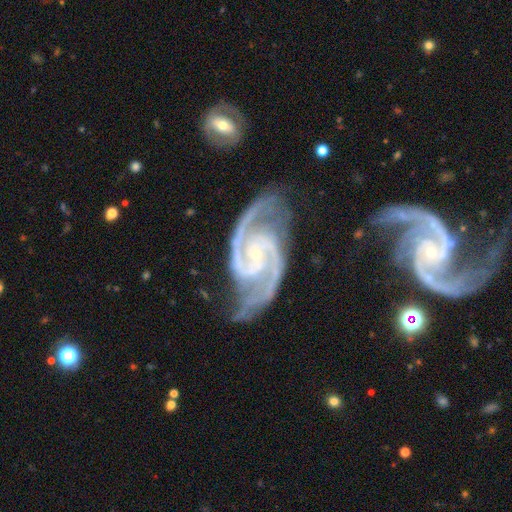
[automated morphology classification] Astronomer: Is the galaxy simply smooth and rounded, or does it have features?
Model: featured or disk — 95%.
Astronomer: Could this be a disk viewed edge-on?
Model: no — 98%.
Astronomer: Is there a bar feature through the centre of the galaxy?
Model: no — 52% (runner-up: weak, 32%).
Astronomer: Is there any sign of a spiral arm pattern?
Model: yes — 99%.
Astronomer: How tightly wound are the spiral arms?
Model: medium — 58%.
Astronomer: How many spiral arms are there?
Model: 2 — 87%.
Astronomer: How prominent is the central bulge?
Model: small — 84%.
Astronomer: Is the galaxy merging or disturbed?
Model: none — 67%.